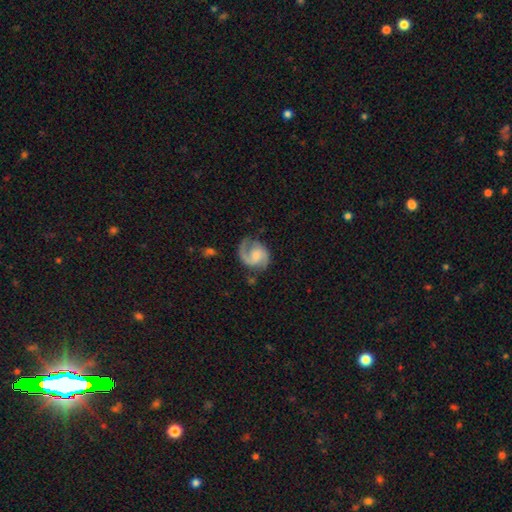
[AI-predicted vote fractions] smooth_or_featured: featured or disk (p=0.82) [alt: smooth p=0.12]
disk_edge_on: no (p=0.98) [alt: yes p=0.02]
bar: no (p=0.56) [alt: weak p=0.37]
has_spiral_arms: yes (p=0.96) [alt: no p=0.04]
spiral_winding: medium (p=0.51) [alt: tight p=0.29]
spiral_arm_count: 2 (p=0.74) [alt: 1 p=0.19]
bulge_size: moderate (p=0.34) [tied with: small p=0.34]
merging: none (p=0.66) [alt: minor disturbance p=0.21]